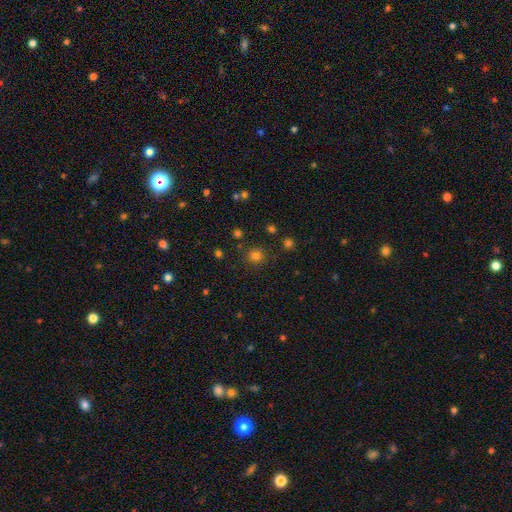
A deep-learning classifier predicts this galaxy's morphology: A smooth galaxy with no disk features (77%) that is round (89%). Merging: none (84%).